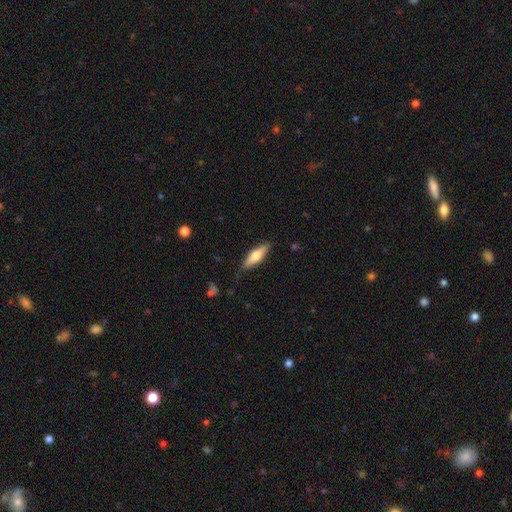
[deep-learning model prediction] A smooth galaxy with no disk features (53%) that is cigar-shaped (53%). Merging: none (87%).